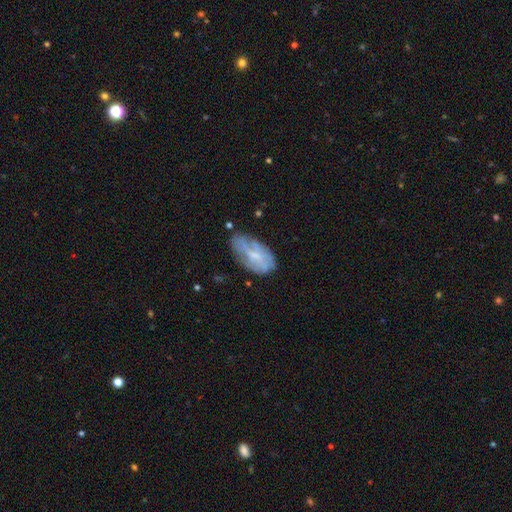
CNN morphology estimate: smooth 46% (tied), featured or disk 46% (tied), star or artifact 8%. Down the decision tree: merging — none (54%).